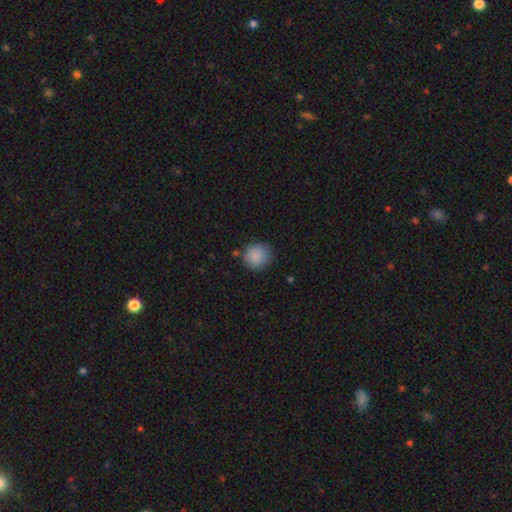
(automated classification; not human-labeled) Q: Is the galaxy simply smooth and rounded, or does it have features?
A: smooth — 88%.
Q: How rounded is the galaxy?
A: round — 89%.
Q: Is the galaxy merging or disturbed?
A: none — 81%.